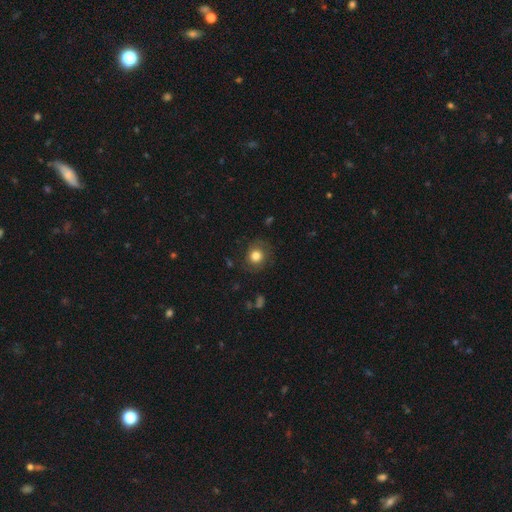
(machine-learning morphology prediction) Smooth or featured? smooth (78%)
How rounded? round (81%)
Merging? none (80%)